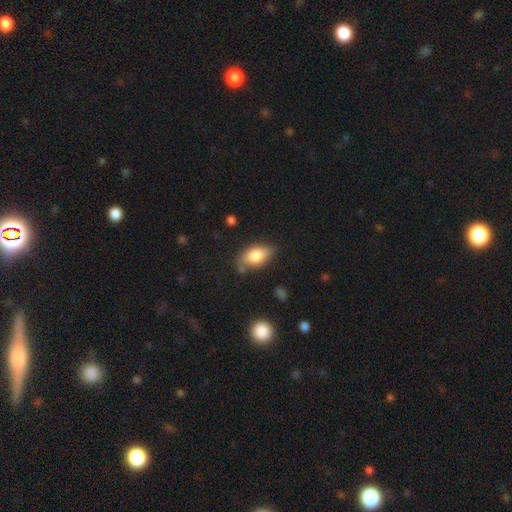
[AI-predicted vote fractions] smooth-or-featured: smooth: 81% | featured or disk: 12% | star or artifact: 7%
  how-rounded: in between: 91% | round: 5% | cigar-shaped: 4%
  merging: none: 73% | minor disturbance: 20% | major disturbance: 4% | merger: 3%